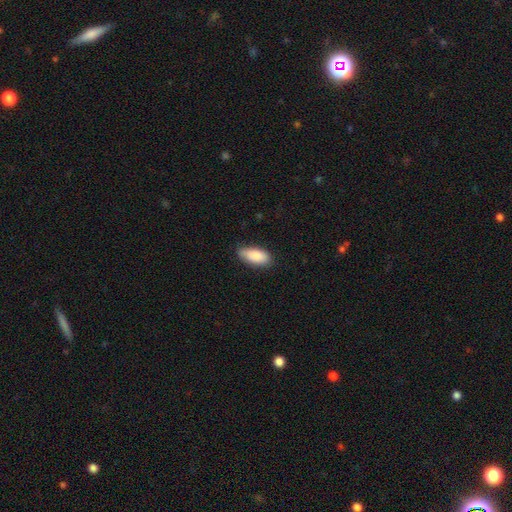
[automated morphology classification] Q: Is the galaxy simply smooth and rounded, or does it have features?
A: smooth — 87%.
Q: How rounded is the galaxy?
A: in between — 87%.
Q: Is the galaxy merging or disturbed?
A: none — 76%.